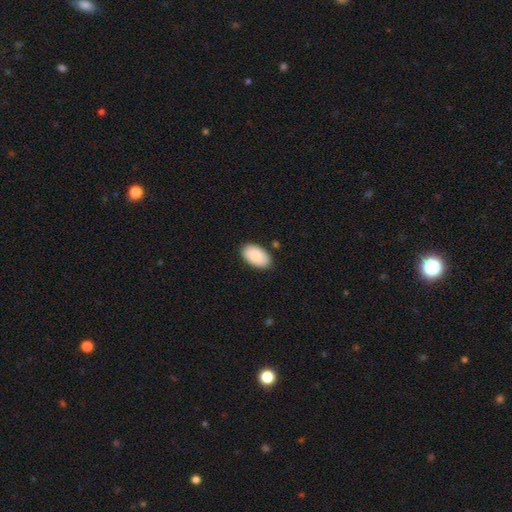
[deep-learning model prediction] A smooth galaxy with no disk features (87%) that is in between round and cigar-shaped (95%).

Vote fractions:
- Smooth or featured? smooth: 87% / featured or disk: 7% / star or artifact: 6%
- How rounded? in between: 95% / round: 4% / cigar-shaped: 1%
- Merging? none: 86% / minor disturbance: 10% / major disturbance: 2% / merger: 2%